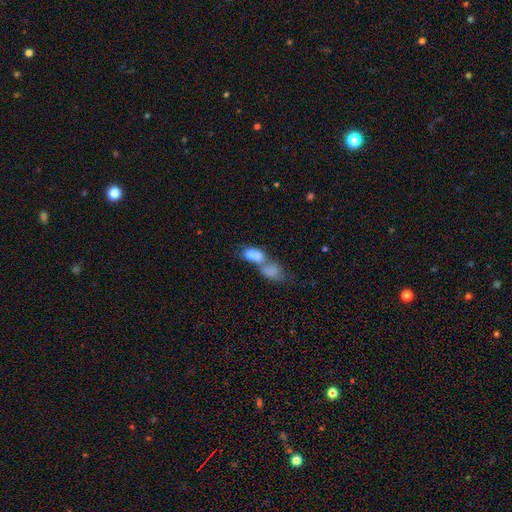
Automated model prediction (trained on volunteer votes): Smooth or featured: smooth — 70% (featured or disk — 21%)
How rounded: in between — 75% (round — 18%)
Merging: merger — 77% (none — 12%)